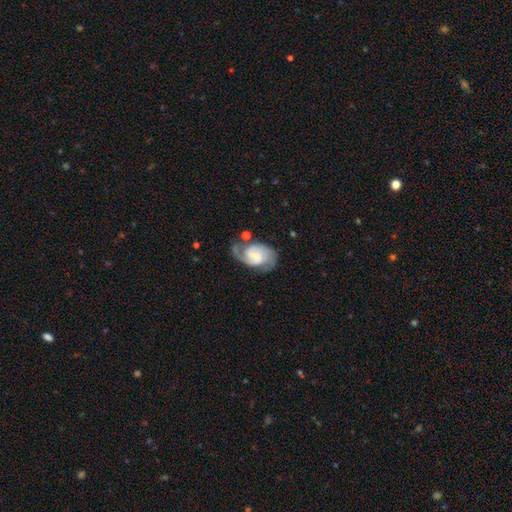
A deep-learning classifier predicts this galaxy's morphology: Overall: featured or disk (77%). Edge-on disk: no (97%). Bar: weak (45%; no 44%). Spiral arms: yes (95%). Spiral arm count: 2 (79%). Spiral winding: medium (47%; tight 34%). Bulge size: small (44%; none 25%). Merging: none (56%; minor disturbance 24%).